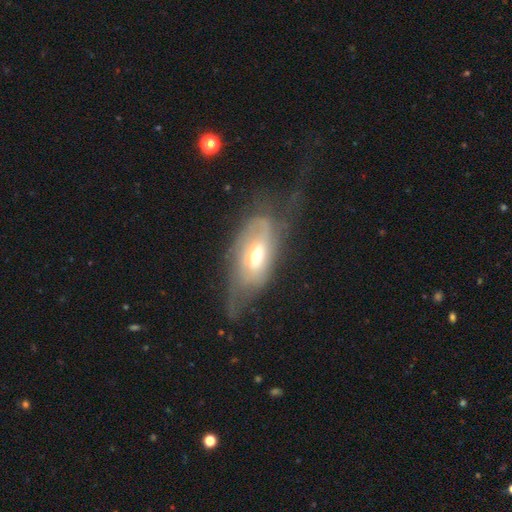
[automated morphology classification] smooth-or-featured: featured or disk: 53% | smooth: 39% | star or artifact: 8%
  disk-edge-on: no: 82% | yes: 18%
  merging: major disturbance: 37% | none: 32% | minor disturbance: 28% | merger: 3%